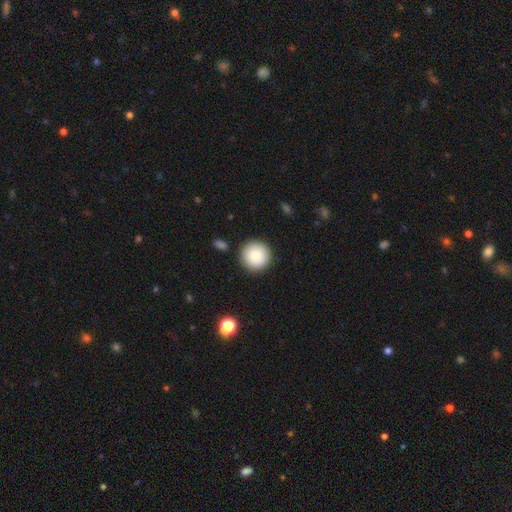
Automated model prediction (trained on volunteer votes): Smooth or featured? Predicted: smooth (p=0.84). How rounded? Predicted: round (p=0.96). Merging? Predicted: none (p=0.90).